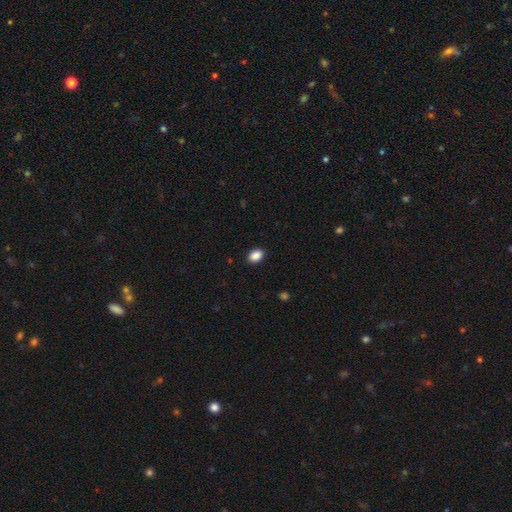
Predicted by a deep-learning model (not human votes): Morphology: type=smooth (89%); roundness=in between (77%); merging=none (90%).